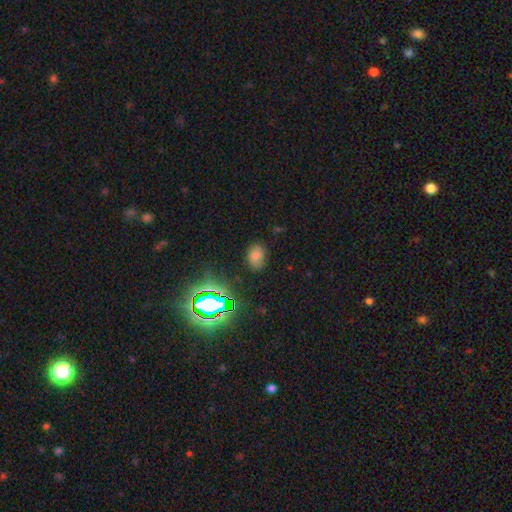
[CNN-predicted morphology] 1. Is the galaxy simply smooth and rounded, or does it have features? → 61% smooth, 29% star or artifact, 9% featured or disk.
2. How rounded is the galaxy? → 77% in between, 22% round, 1% cigar-shaped.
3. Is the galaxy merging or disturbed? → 81% none, 13% minor disturbance, 4% major disturbance, 2% merger.